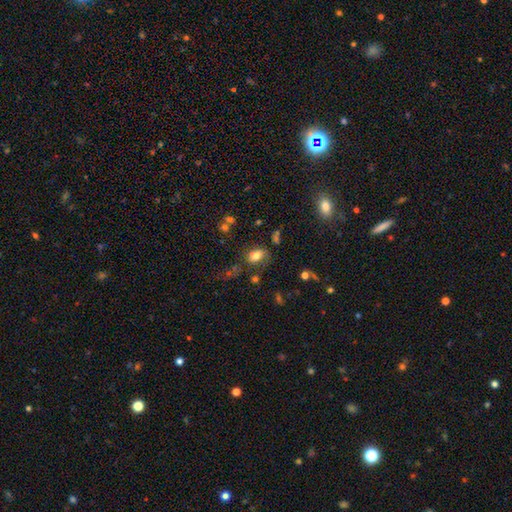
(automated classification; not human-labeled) Overall: smooth (73%). How rounded: in between (78%). Merging: none (52%; minor disturbance 23%).